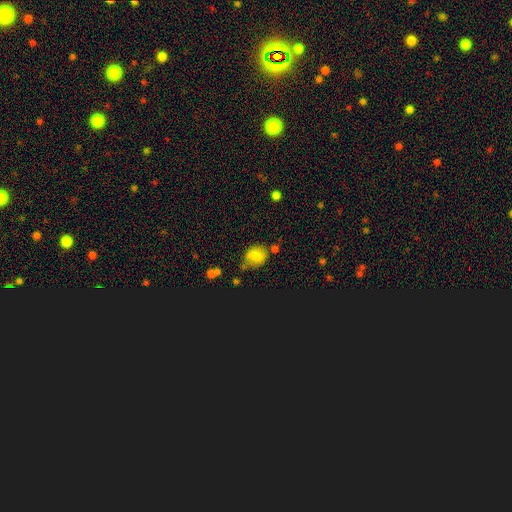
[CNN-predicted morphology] smooth_or_featured: smooth (p=0.71) [alt: star or artifact p=0.16]
how_rounded: in between (p=0.52) [alt: round p=0.46]
merging: none (p=0.62) [alt: minor disturbance p=0.23]